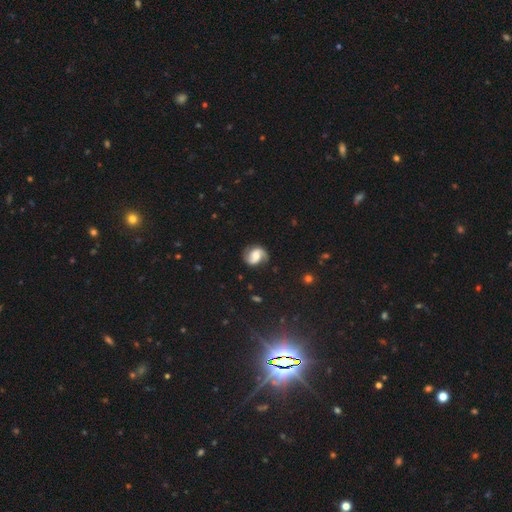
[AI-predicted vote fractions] featured or disk 76%, smooth 17%, star or artifact 7%. Down the decision tree: edge-on disk — no (98%); bar — weak (42%); spiral arms — yes (95%); spiral arm count — 2 (89%); spiral winding — medium (47%); bulge size — moderate (52%); merging — none (77%).